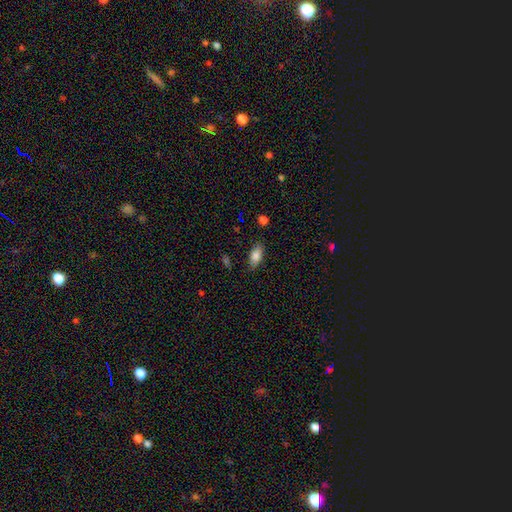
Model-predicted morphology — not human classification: smooth_or_featured: smooth (p=0.83) [alt: featured or disk p=0.10]
how_rounded: in between (p=0.85) [alt: cigar-shaped p=0.12]
merging: none (p=0.83) [alt: minor disturbance p=0.12]